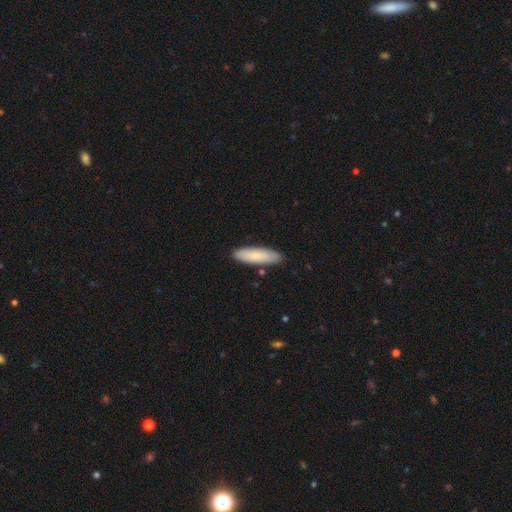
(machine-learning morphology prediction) type=smooth (78%); roundness=cigar-shaped (57%); merging=none (87%).